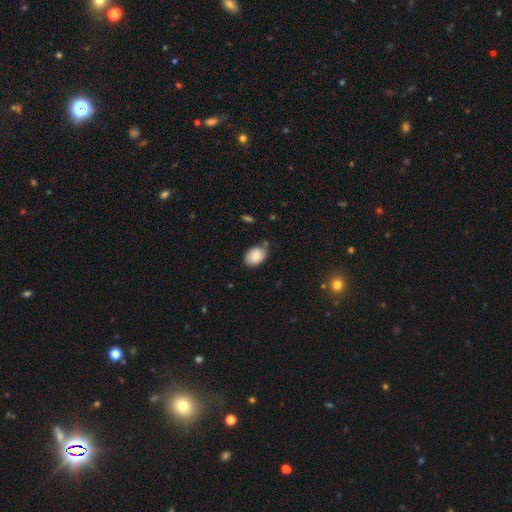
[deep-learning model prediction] Smooth or featured? Predicted: smooth (p=0.74). How rounded? Predicted: in between (p=0.84). Merging? Predicted: none (p=0.64).